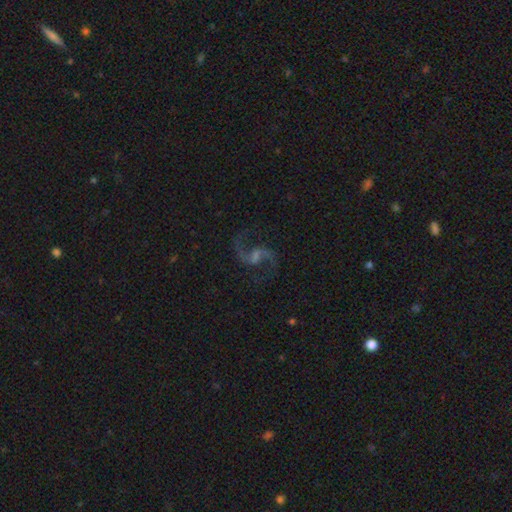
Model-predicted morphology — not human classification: Smooth or featured? Predicted: featured or disk (p=0.90). Edge-on disk? Predicted: no (p=0.98). Bar? Predicted: weak (p=0.53). Spiral arms? Predicted: yes (p=0.98). Spiral winding? Predicted: loose (p=0.64). Spiral arm count? Predicted: 2 (p=0.94). Bulge size? Predicted: small (p=0.35). Merging? Predicted: none (p=0.80).